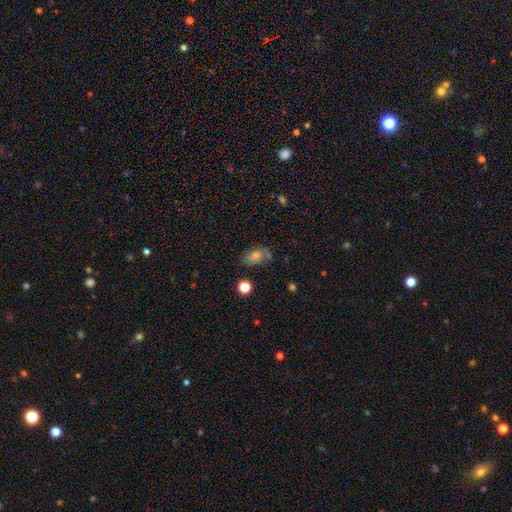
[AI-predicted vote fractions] Smooth or featured: smooth — 47% (featured or disk — 29%)
Merging: none — 67% (minor disturbance — 20%)